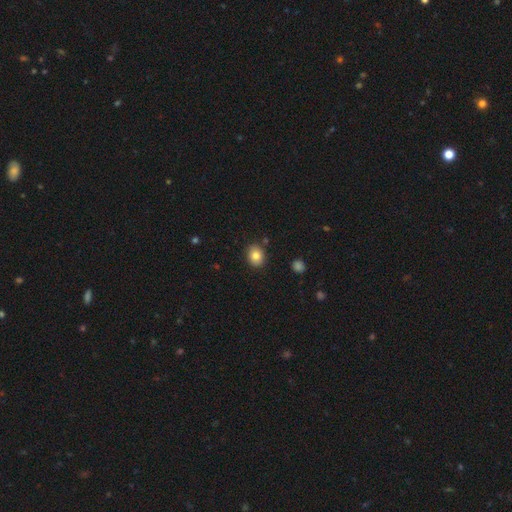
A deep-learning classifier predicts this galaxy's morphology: A smooth galaxy with no disk features (83%) that is in between round and cigar-shaped (53%).

Vote fractions:
- Smooth or featured? smooth: 83% / star or artifact: 9% / featured or disk: 8%
- How rounded? in between: 53% / round: 46% / cigar-shaped: 1%
- Merging? none: 87% / minor disturbance: 8% / merger: 2% / major disturbance: 2%